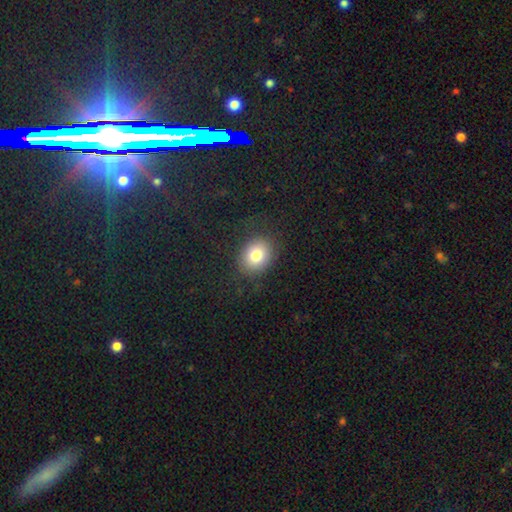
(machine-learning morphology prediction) Q: Smooth or featured?
A: smooth (72%); runner-up: star or artifact (20%)
Q: How rounded?
A: round (54%); runner-up: in between (45%)
Q: Merging?
A: none (88%); runner-up: minor disturbance (8%)